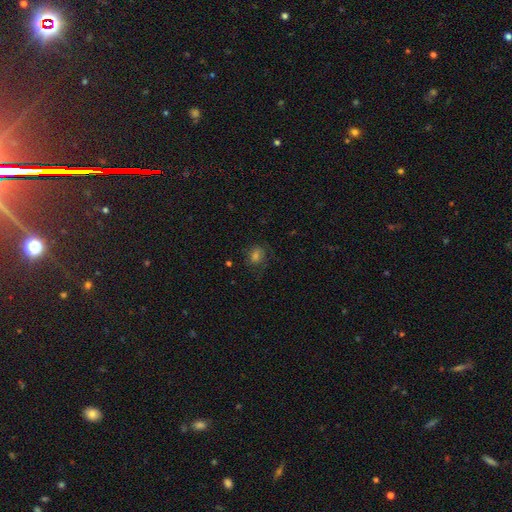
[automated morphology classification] This is possibly a smooth galaxy (58%). How rounded: likely round (60%). Merging: likely none (70%).